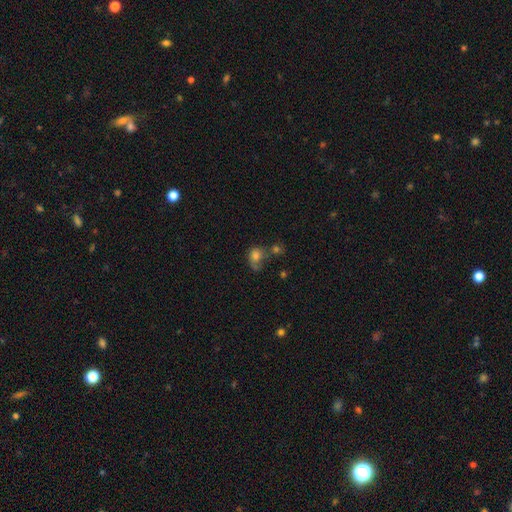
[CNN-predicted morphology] A smooth galaxy with no disk features (74%) that is round (60%).

Vote fractions:
- Smooth or featured? smooth: 74% / featured or disk: 14% / star or artifact: 12%
- How rounded? round: 60% / in between: 38% / cigar-shaped: 1%
- Merging? merger: 34% / none: 30% / minor disturbance: 19% / major disturbance: 17%